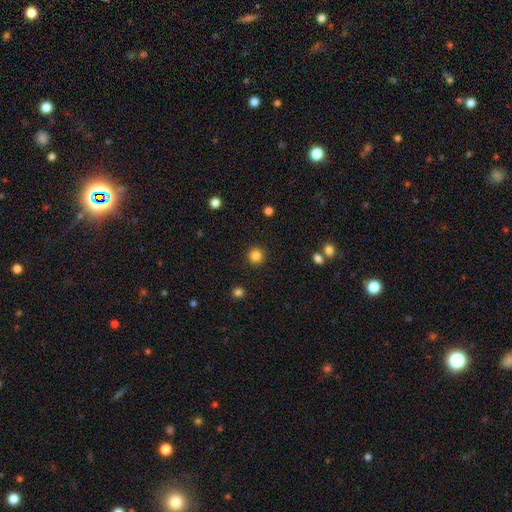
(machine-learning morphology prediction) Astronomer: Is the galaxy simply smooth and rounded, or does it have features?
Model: smooth — 85%.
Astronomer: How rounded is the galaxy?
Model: round — 95%.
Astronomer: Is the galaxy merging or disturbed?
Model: none — 92%.